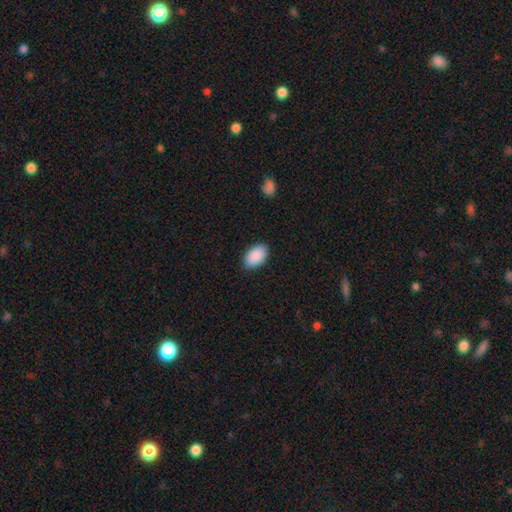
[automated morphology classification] A smooth galaxy with no disk features (91%) that is in between round and cigar-shaped (94%).

Vote fractions:
- Smooth or featured? smooth: 91% / star or artifact: 6% / featured or disk: 3%
- How rounded? in between: 94% / round: 5% / cigar-shaped: 1%
- Merging? none: 88% / minor disturbance: 9% / major disturbance: 2% / merger: 1%